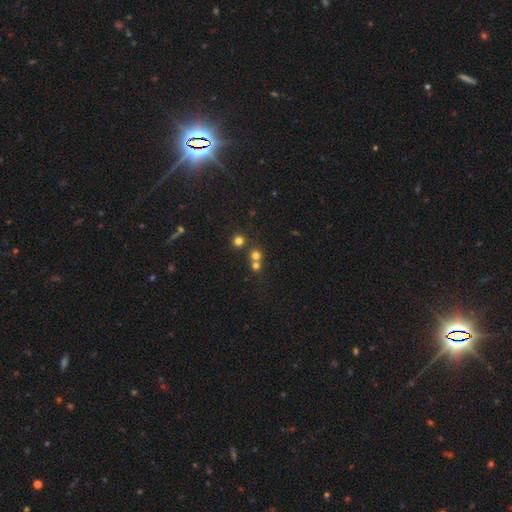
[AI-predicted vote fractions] This appears to be a smooth galaxy with no disk features (68%) that is round (89%). Merging: none (53%).